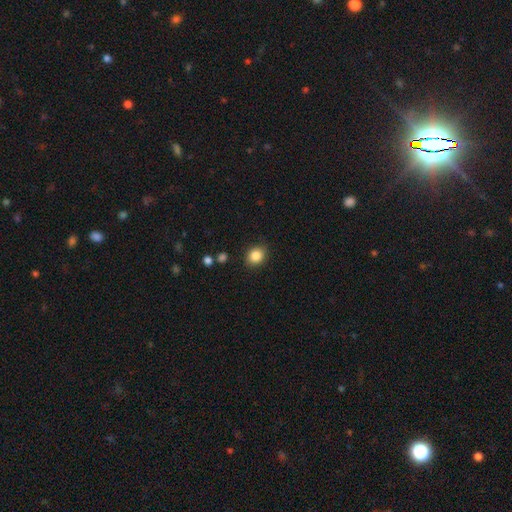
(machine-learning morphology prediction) Smooth or featured? Predicted: smooth (p=0.85). How rounded? Predicted: round (p=0.69). Merging? Predicted: none (p=0.87).